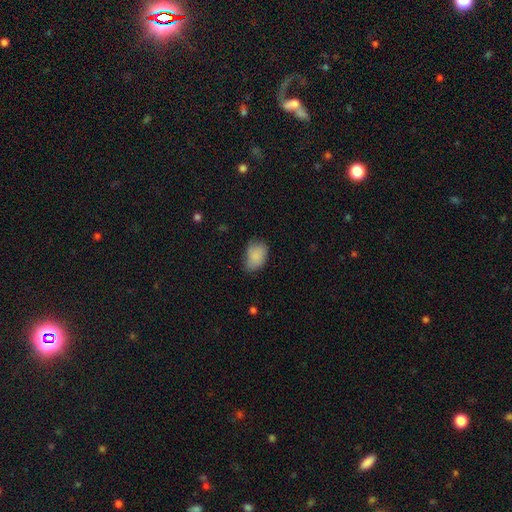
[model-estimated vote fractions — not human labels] This is clearly a smooth galaxy (86%). How rounded: clearly in between (85%). Merging: possibly none (60%).